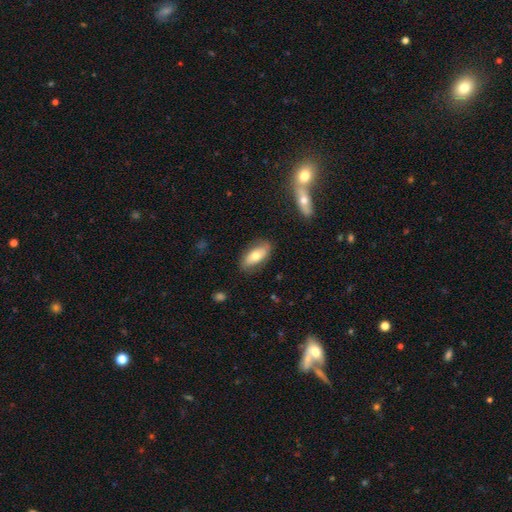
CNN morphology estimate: This is likely a smooth galaxy (64%). How rounded: clearly in between (86%). Merging: clearly none (80%).